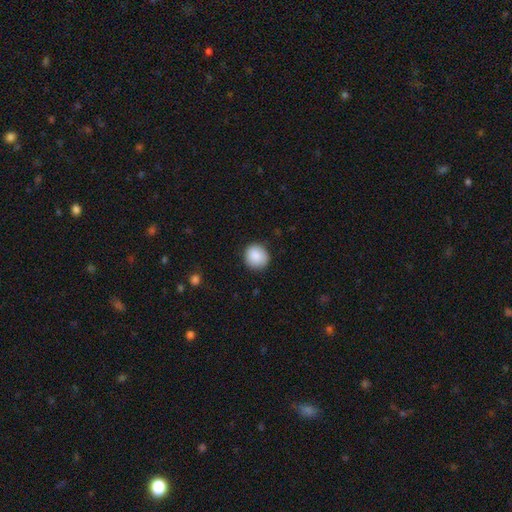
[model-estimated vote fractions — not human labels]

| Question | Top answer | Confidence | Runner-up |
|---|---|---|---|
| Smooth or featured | smooth | 89% | star or artifact (7%) |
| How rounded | round | 89% | in between (10%) |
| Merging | none | 87% | minor disturbance (10%) |